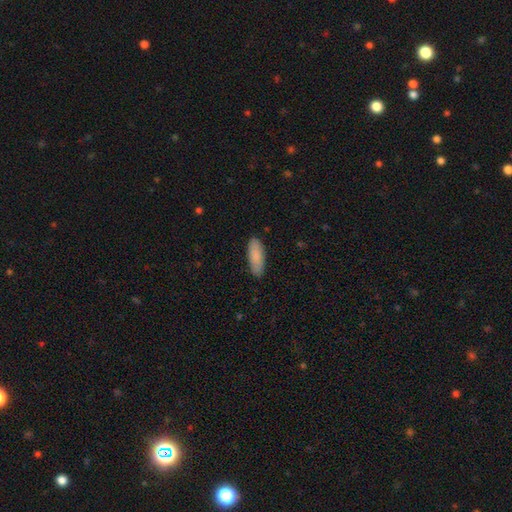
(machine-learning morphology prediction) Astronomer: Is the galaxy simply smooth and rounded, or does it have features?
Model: smooth — 87%.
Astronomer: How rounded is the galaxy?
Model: in between — 65%.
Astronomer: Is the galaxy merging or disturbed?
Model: none — 88%.